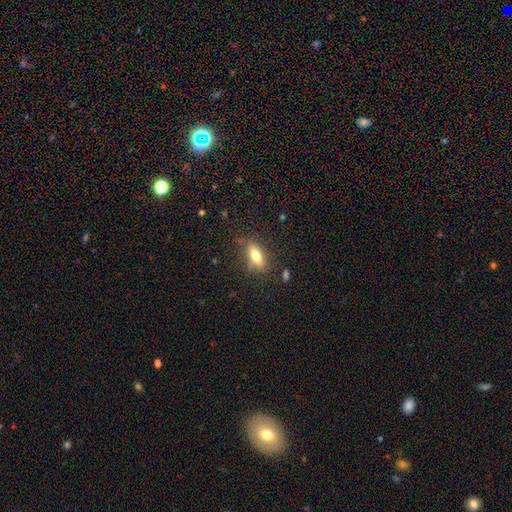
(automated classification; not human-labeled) smooth_or_featured: smooth (p=0.72) [alt: featured or disk p=0.20]
how_rounded: in between (p=0.72) [alt: cigar-shaped p=0.24]
merging: none (p=0.78) [alt: minor disturbance p=0.15]